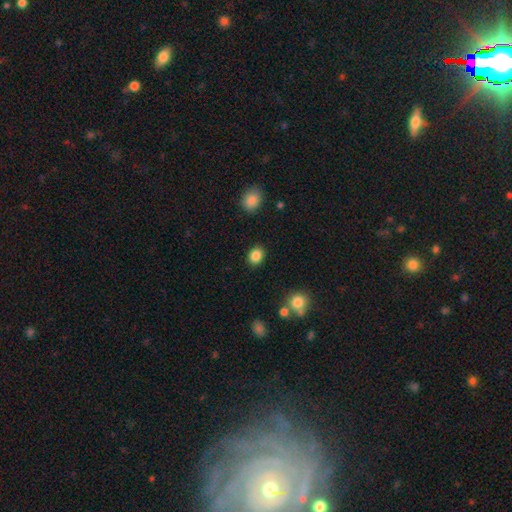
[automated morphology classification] Smooth or featured: smooth — 87% (star or artifact — 10%)
How rounded: round — 52% (in between — 47%)
Merging: none — 88% (minor disturbance — 8%)